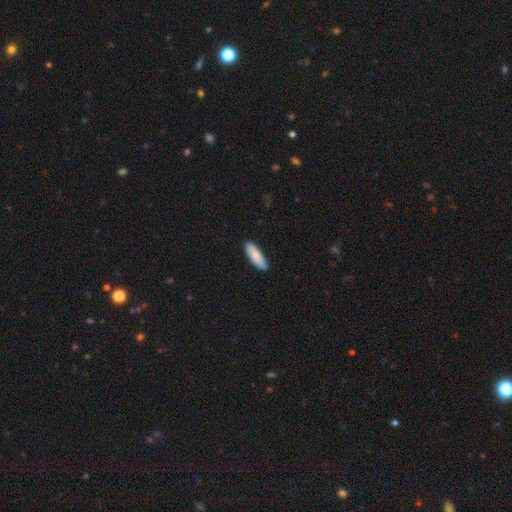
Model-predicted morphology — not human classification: This is clearly a smooth galaxy (83%). How rounded: possibly in between (56%). Merging: clearly none (87%).